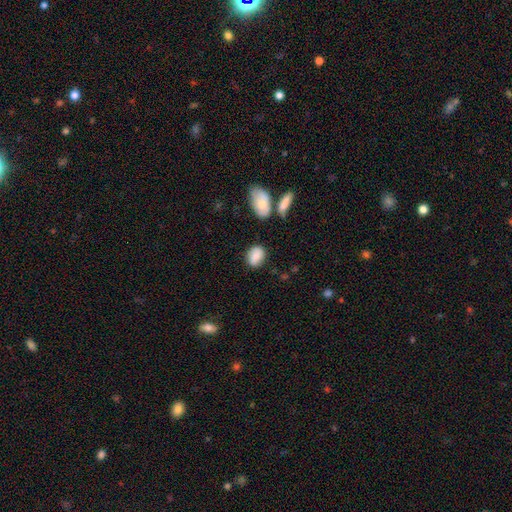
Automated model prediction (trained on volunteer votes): This appears to be a smooth galaxy with no disk features (82%) that is in between round and cigar-shaped (68%). Merging: none (69%).